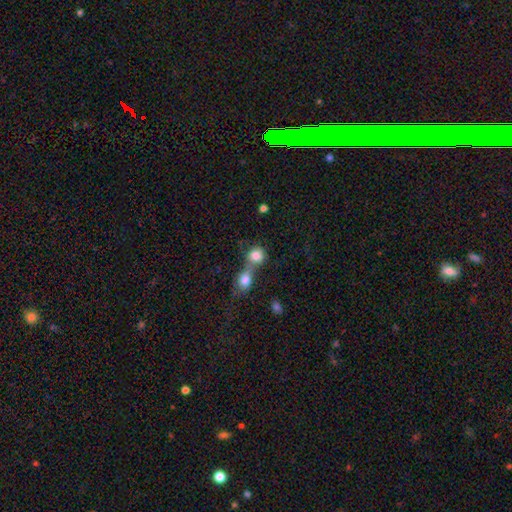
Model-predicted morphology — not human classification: smooth_or_featured: smooth (p=0.82) [alt: featured or disk p=0.09]
how_rounded: round (p=0.75) [alt: in between p=0.23]
merging: merger (p=0.65) [alt: none p=0.25]